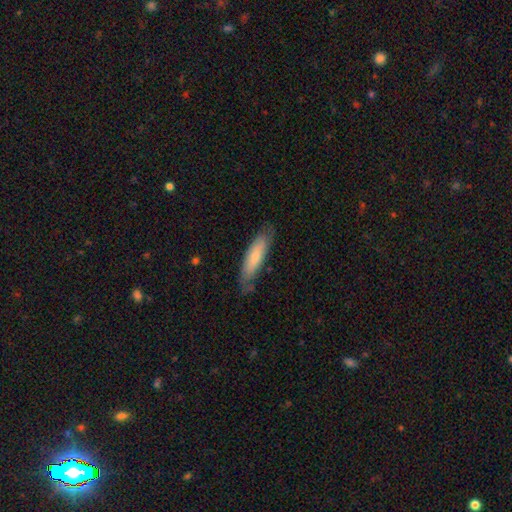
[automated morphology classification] Smooth or featured: smooth — 63% (featured or disk — 31%)
How rounded: cigar-shaped — 68% (in between — 31%)
Merging: none — 74% (minor disturbance — 20%)